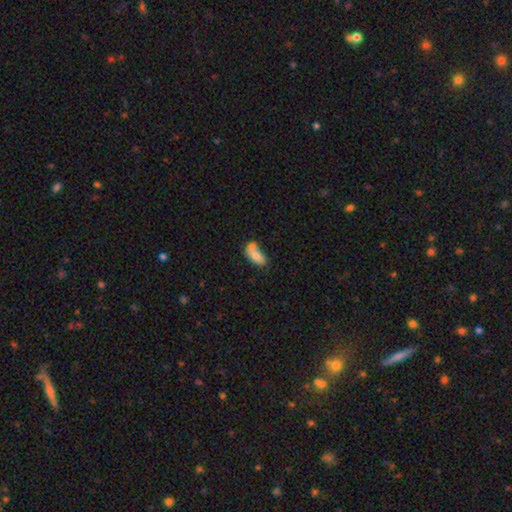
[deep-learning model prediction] A smooth galaxy with no disk features (71%) that is in between round and cigar-shaped (87%). Merging: merger (56%).